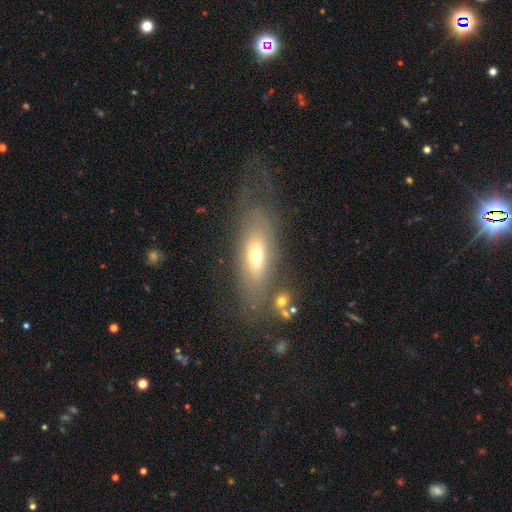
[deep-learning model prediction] This is possibly a smooth galaxy (52%). How rounded: likely in between (64%). Merging: possibly none (59%).